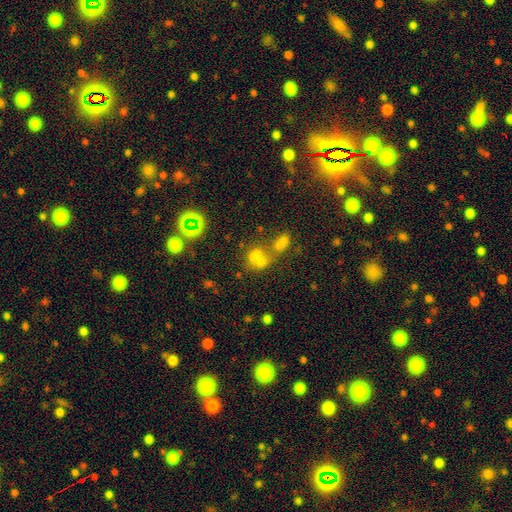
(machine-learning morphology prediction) The model was most divided on "smooth or featured": smooth: 48%, star or artifact: 33%, featured or disk: 19%. More confident: merging — merger (52%).